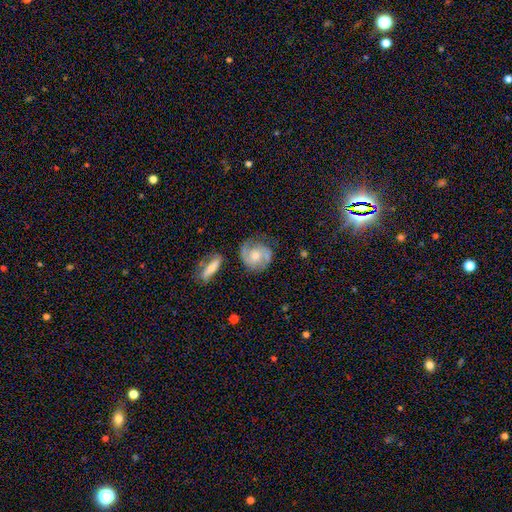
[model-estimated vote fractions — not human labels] featured or disk 79%, smooth 16%, star or artifact 6%. Down the decision tree: edge-on disk — no (97%); bar — no (70%); spiral arms — yes (95%); spiral arm count — 2 (78%); spiral winding — tight (44%); bulge size — moderate (49%); merging — none (70%).